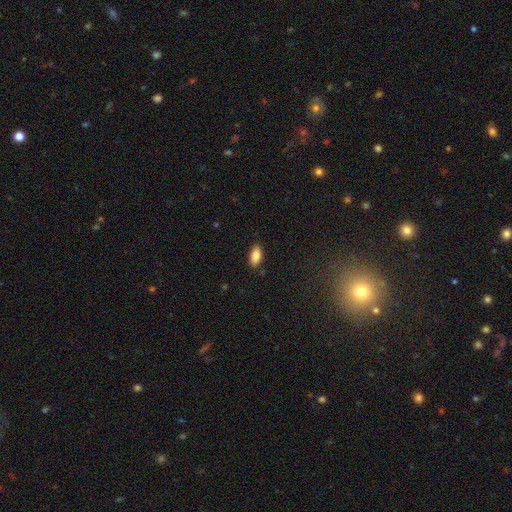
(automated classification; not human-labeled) smooth-or-featured: smooth: 84% | featured or disk: 9% | star or artifact: 7%
  how-rounded: in between: 90% | cigar-shaped: 7% | round: 3%
  merging: none: 86% | minor disturbance: 10% | major disturbance: 2% | merger: 1%